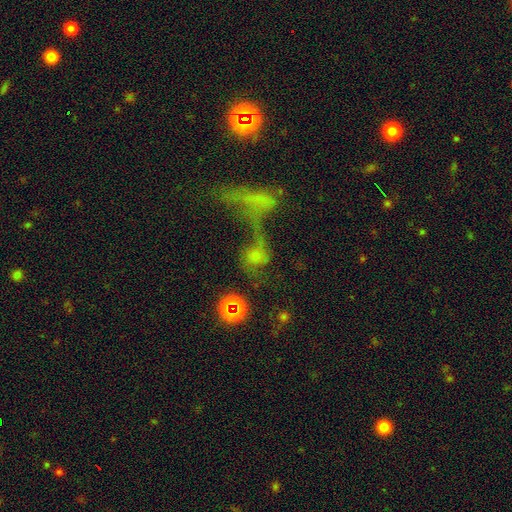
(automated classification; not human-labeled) This appears to be a smooth galaxy with no disk features (40%). Merging: merger (49%).